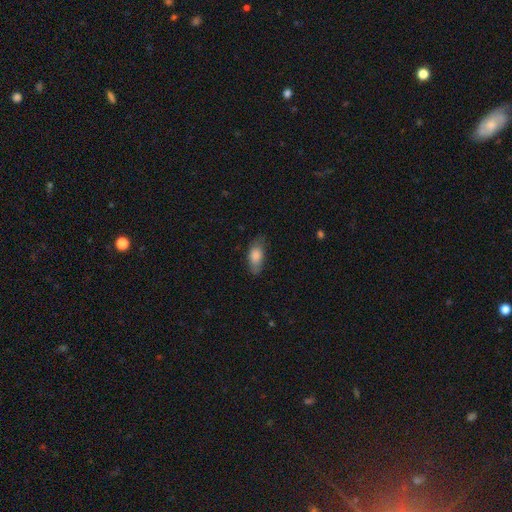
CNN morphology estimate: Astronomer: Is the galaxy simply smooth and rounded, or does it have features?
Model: smooth — 81%.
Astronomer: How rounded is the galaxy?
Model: in between — 84%.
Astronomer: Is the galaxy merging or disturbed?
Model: none — 68%.